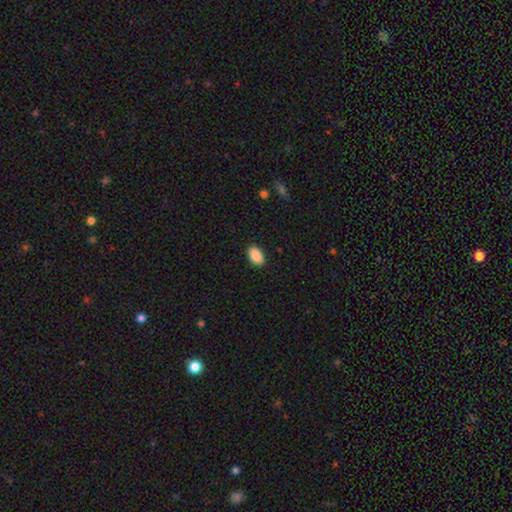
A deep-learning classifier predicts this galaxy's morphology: Overall: smooth (90%). How rounded: in between (93%). Merging: none (90%).